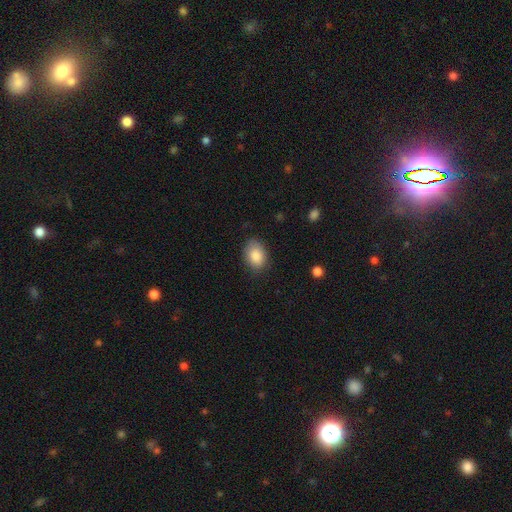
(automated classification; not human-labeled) This is clearly a smooth galaxy (87%). How rounded: likely in between (79%). Merging: likely none (80%).